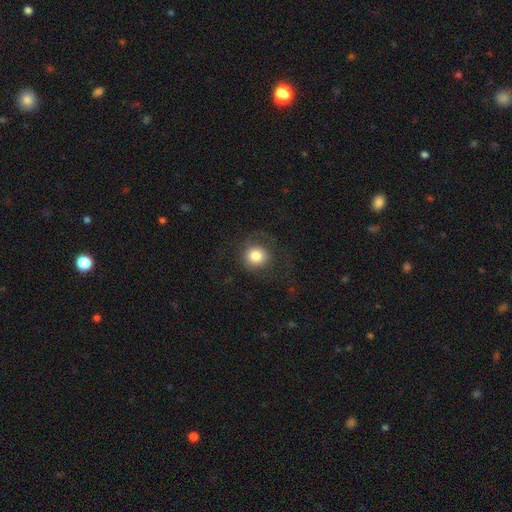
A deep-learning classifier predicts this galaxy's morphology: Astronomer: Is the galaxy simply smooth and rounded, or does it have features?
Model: smooth — 80%.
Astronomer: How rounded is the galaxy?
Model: round — 90%.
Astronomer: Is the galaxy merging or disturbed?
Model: none — 73%.